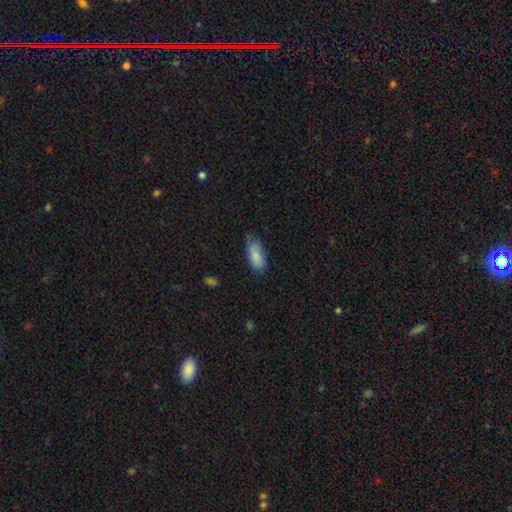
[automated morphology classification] A smooth galaxy with no disk features (84%) that is in between round and cigar-shaped (83%). Merging: none (64%).